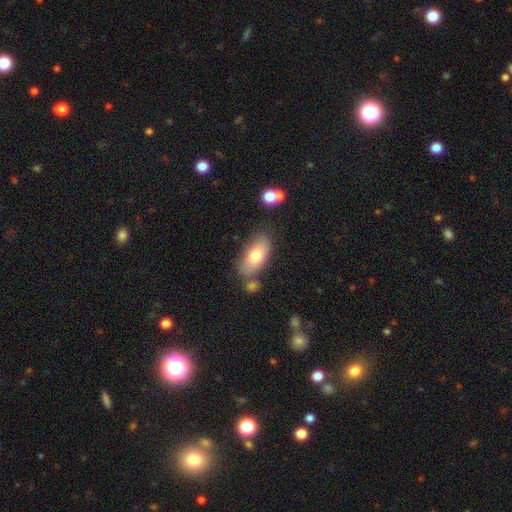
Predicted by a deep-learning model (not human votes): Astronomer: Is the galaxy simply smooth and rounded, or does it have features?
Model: smooth — 74%.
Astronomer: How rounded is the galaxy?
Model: in between — 89%.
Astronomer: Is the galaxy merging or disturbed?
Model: none — 70%.